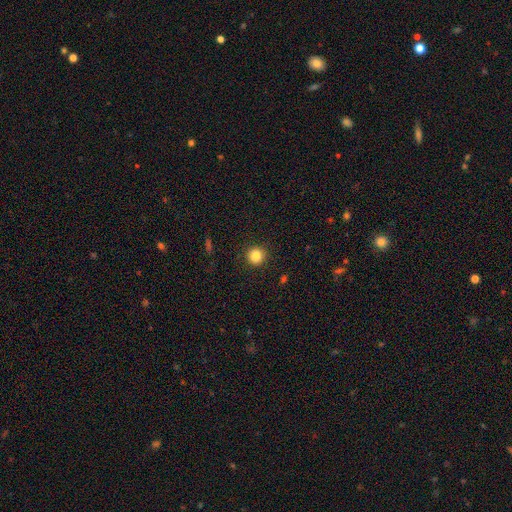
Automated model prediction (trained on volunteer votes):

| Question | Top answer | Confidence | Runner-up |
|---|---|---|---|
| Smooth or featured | smooth | 85% | star or artifact (11%) |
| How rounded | round | 92% | in between (7%) |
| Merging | none | 90% | minor disturbance (7%) |